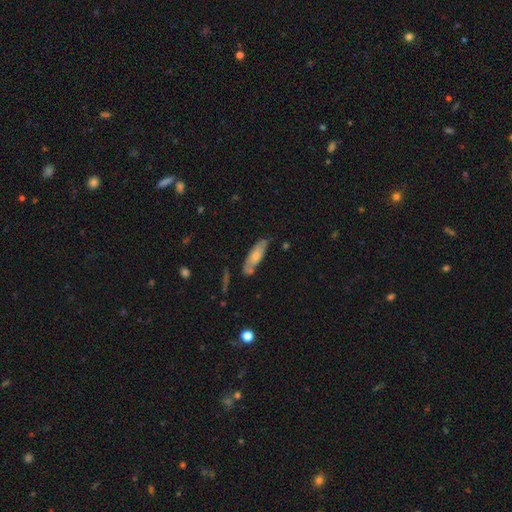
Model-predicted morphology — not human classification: This is likely a smooth galaxy (63%). How rounded: possibly in between (51%). Merging: likely none (62%).